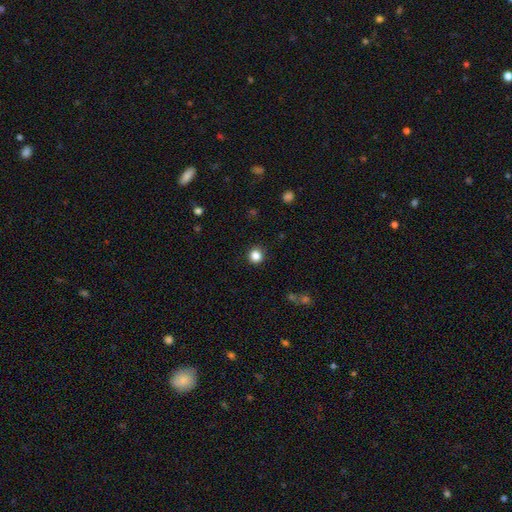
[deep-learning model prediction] Smooth or featured: smooth — 85% (star or artifact — 11%)
How rounded: round — 94% (in between — 5%)
Merging: none — 92% (minor disturbance — 5%)